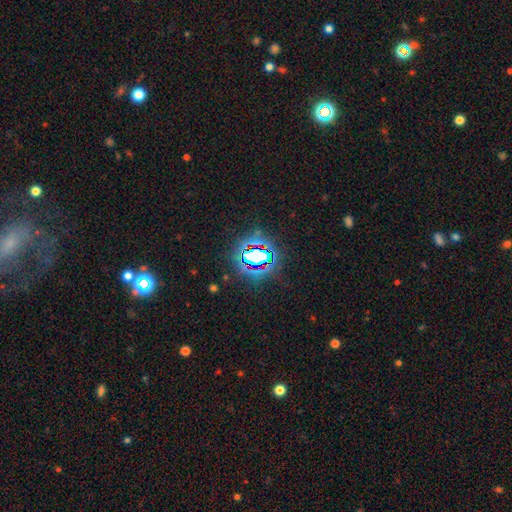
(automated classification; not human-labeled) This is likely a star or artifact rather than a galaxy (69%).